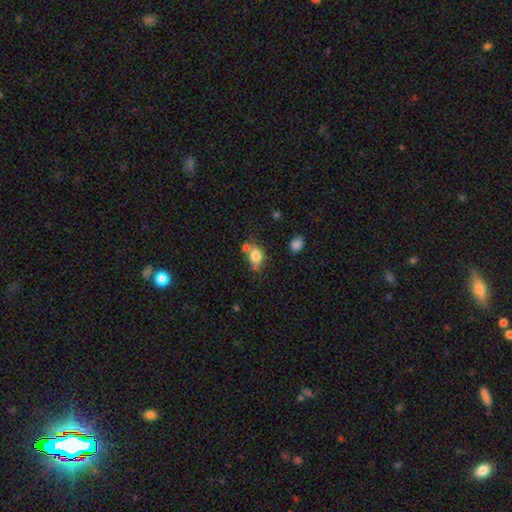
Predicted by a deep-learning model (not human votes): Q: Smooth or featured?
A: smooth (80%); runner-up: featured or disk (11%)
Q: How rounded?
A: in between (67%); runner-up: round (31%)
Q: Merging?
A: none (50%); runner-up: merger (26%)